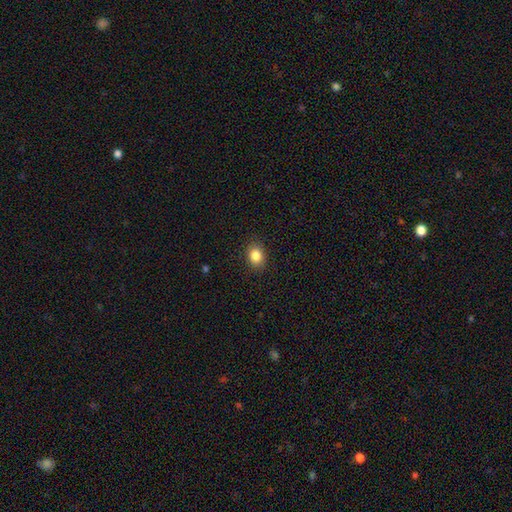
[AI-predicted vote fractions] The model was most divided on "how rounded": in between: 56%, round: 43%, cigar-shaped: 1%. More confident: merging — none (88%); smooth or featured — smooth (85%).